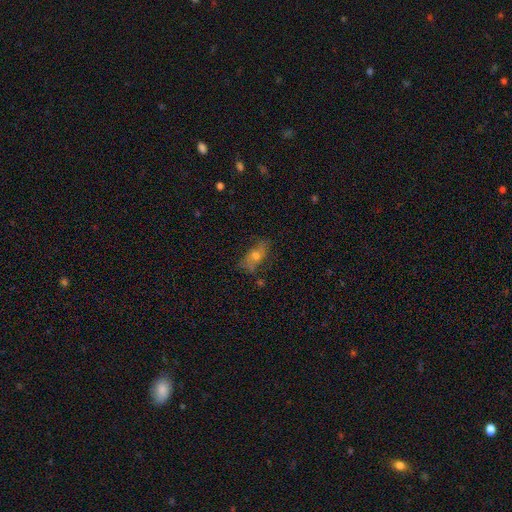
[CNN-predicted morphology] Smooth or featured? Predicted: smooth (p=0.45). Merging? Predicted: none (p=0.69).